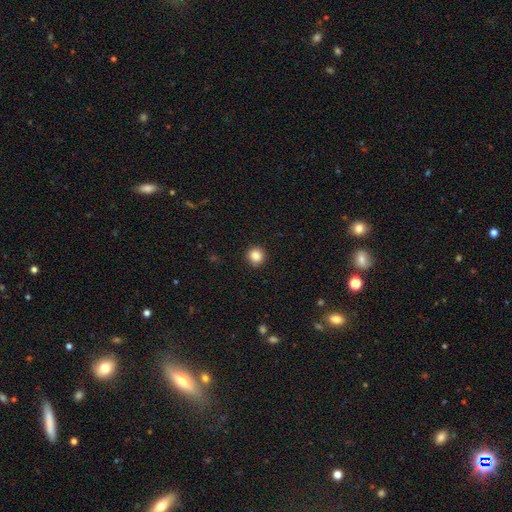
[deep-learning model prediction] A smooth galaxy with no disk features (86%) that is round (93%).

Vote fractions:
- Smooth or featured? smooth: 86% / star or artifact: 10% / featured or disk: 4%
- How rounded? round: 93% / in between: 6% / cigar-shaped: 1%
- Merging? none: 92% / minor disturbance: 5% / major disturbance: 2% / merger: 1%